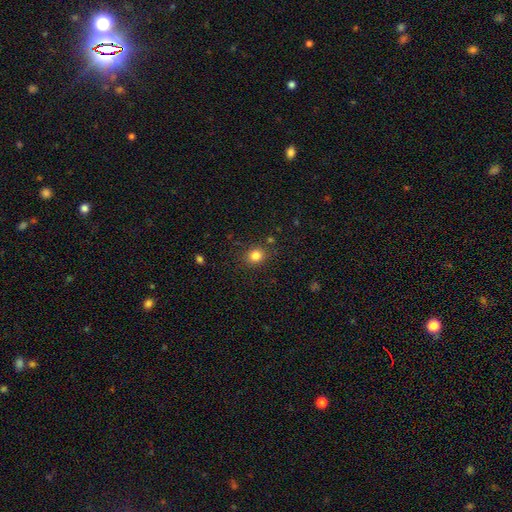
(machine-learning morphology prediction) type=smooth (82%); roundness=round (73%); merging=none (86%).